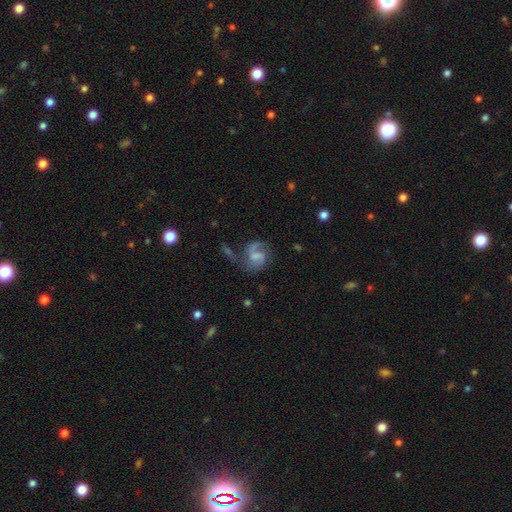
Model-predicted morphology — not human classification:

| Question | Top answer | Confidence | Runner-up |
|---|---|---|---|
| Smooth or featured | featured or disk | 66% | smooth (25%) |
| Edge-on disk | no | 98% | yes (2%) |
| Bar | weak | 47% | no (40%) |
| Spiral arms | yes | 90% | no (10%) |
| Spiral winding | medium | 47% | loose (35%) |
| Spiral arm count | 2 | 60% | 1 (28%) |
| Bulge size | none | 36% | small (29%) |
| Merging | none | 45% | major disturbance (25%) |